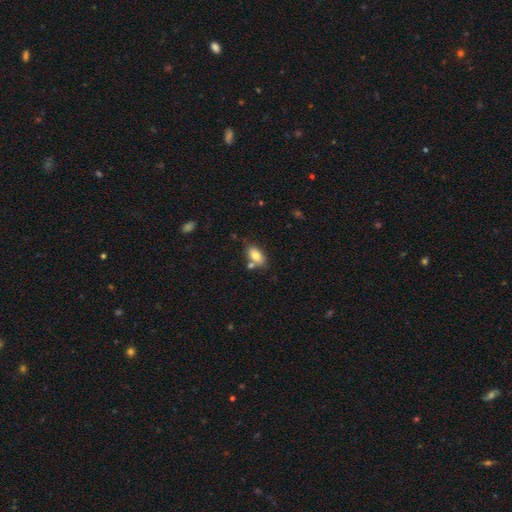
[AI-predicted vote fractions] Smooth or featured? smooth (79%)
How rounded? in between (91%)
Merging? none (65%)